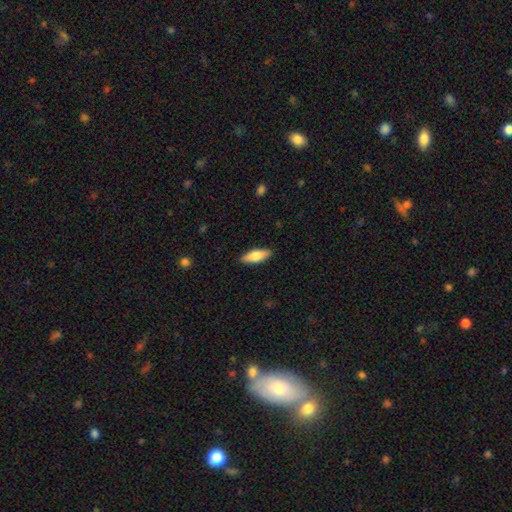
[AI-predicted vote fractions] The model was most divided on "how rounded": in between: 66%, cigar-shaped: 32%, round: 2%. More confident: merging — none (88%); smooth or featured — smooth (75%).